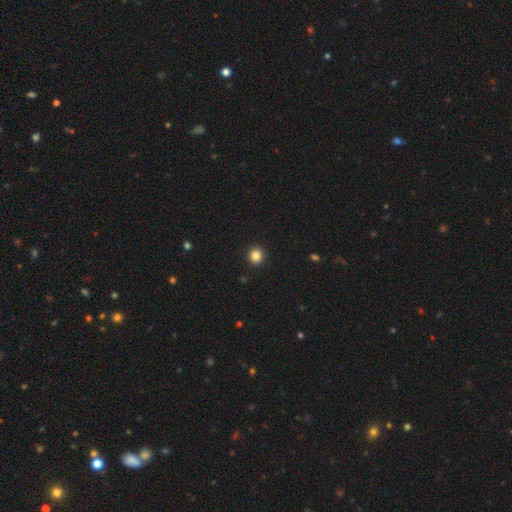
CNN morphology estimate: Overall: smooth (85%). How rounded: round (87%). Merging: none (92%).